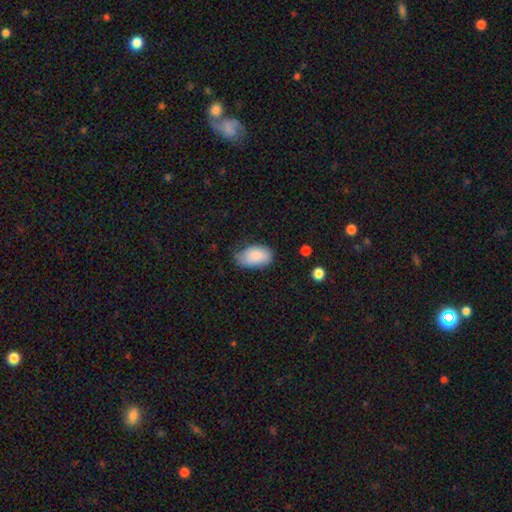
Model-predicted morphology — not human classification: Smooth or featured: smooth — 85% (featured or disk — 8%)
How rounded: in between — 93% (round — 5%)
Merging: none — 55% (minor disturbance — 36%)